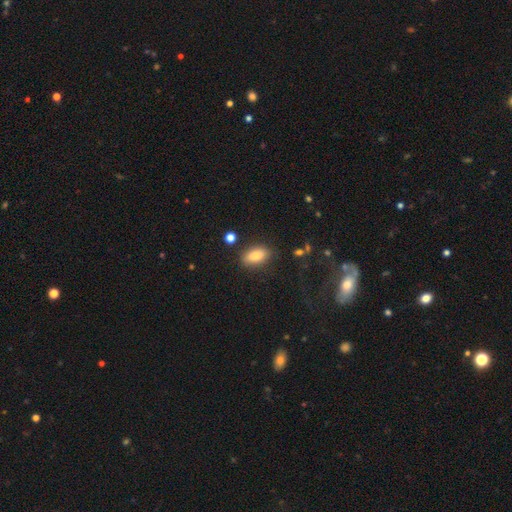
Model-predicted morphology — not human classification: Smooth or featured? Predicted: smooth (p=0.81). How rounded? Predicted: in between (p=0.88). Merging? Predicted: none (p=0.83).